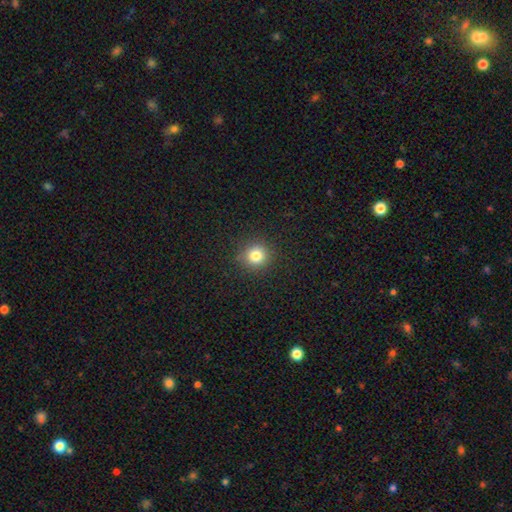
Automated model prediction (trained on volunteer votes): This appears to be a smooth galaxy with no disk features (80%) that is round (92%). Merging: none (90%).